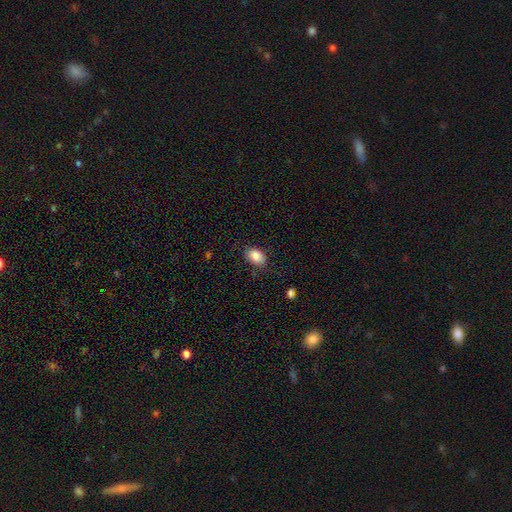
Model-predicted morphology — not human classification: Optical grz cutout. It shows a smooth galaxy with no disk features (88%) that is in between round and cigar-shaped (85%). Merging: none (82%).